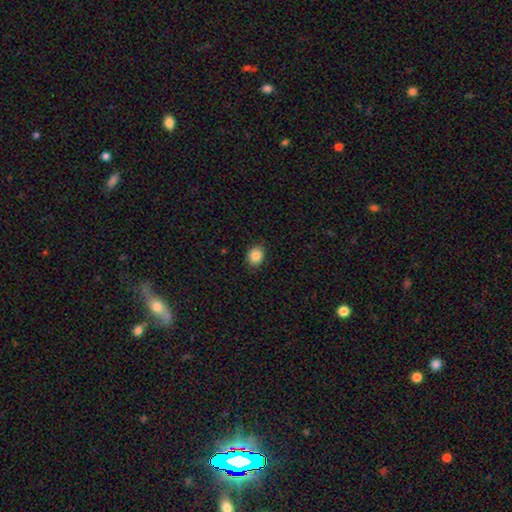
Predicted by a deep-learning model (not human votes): The model was most divided on "how rounded": round: 64%, in between: 35%, cigar-shaped: 1%. More confident: merging — none (88%); smooth or featured — smooth (86%).